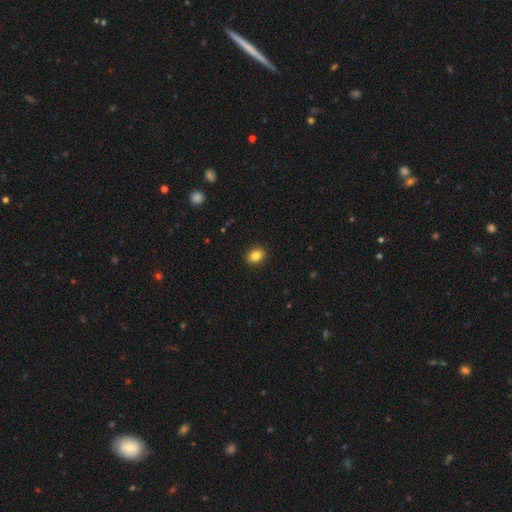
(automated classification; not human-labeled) Overall: smooth (84%). How rounded: in between (55%; round 44%). Merging: none (91%).